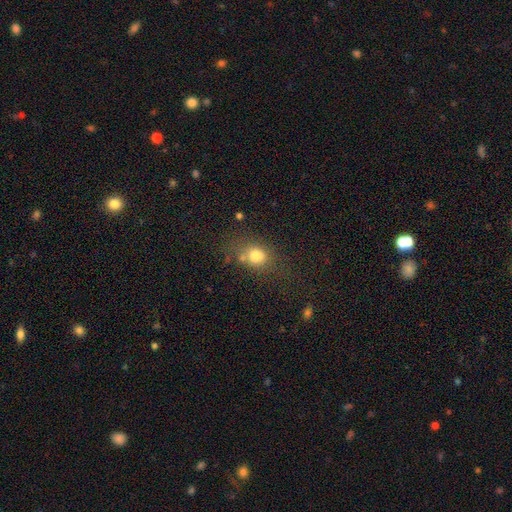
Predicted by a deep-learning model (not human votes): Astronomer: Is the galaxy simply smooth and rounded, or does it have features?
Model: smooth — 76%.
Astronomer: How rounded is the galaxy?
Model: round — 50% (runner-up: in between, 49%).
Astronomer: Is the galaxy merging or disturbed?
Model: none — 53%.